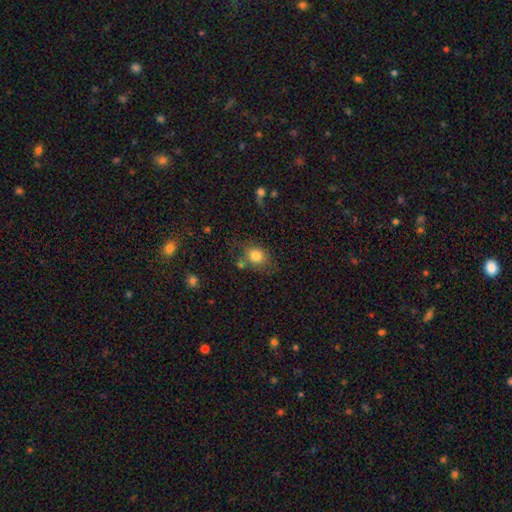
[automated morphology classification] The model was most divided on "how rounded": round: 61%, in between: 38%, cigar-shaped: 1%. More confident: smooth or featured — smooth (81%); merging — none (67%).